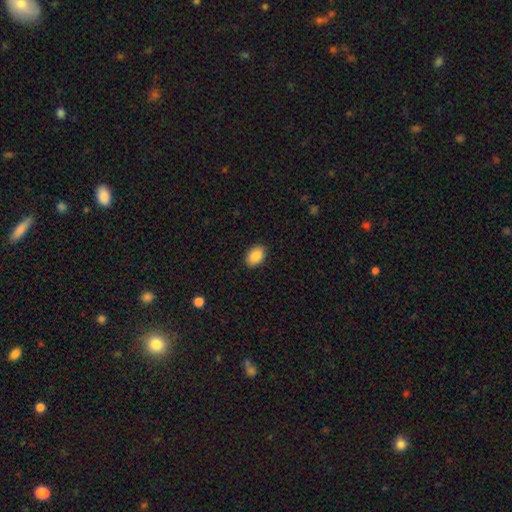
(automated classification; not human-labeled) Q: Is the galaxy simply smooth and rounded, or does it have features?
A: smooth — 87%.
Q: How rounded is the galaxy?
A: in between — 85%.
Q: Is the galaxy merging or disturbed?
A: none — 89%.